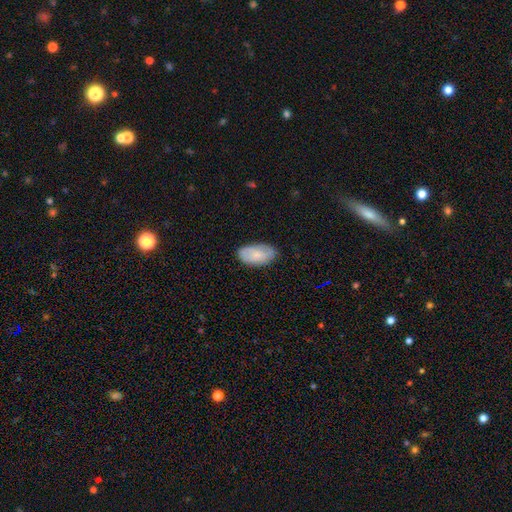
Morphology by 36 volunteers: This is likely a smooth galaxy (75%). How rounded: clearly in between (96%). Merging: likely none (69%).